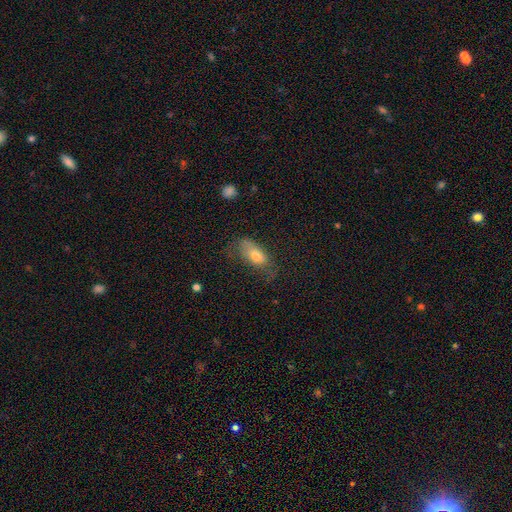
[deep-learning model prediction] smooth 72%, featured or disk 19%, star or artifact 9%. Down the decision tree: how rounded — in between (86%); merging — none (45%).